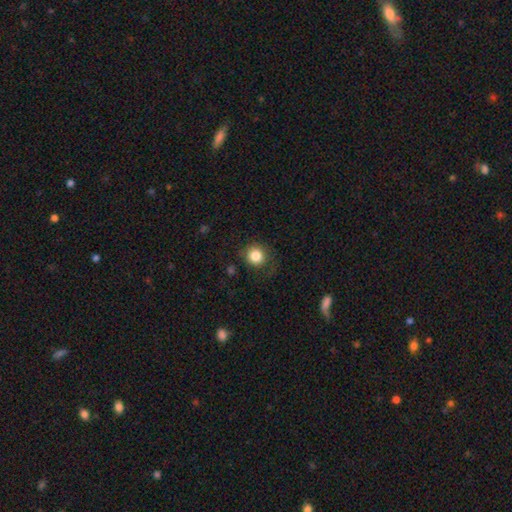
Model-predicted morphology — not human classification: smooth_or_featured: smooth (p=0.84) [alt: star or artifact p=0.10]
how_rounded: round (p=0.91) [alt: in between p=0.09]
merging: none (p=0.77) [alt: minor disturbance p=0.14]